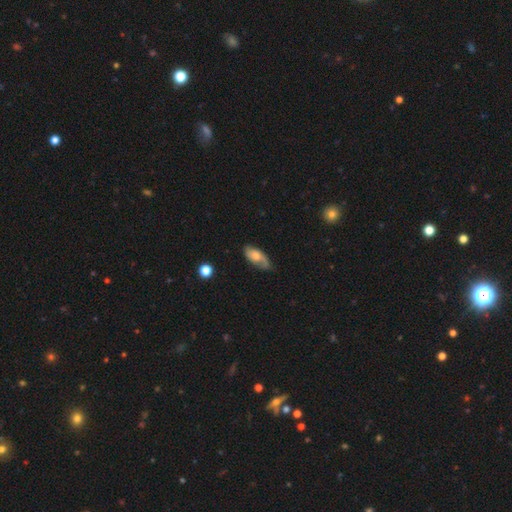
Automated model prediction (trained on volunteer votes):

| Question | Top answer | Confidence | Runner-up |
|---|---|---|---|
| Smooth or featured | featured or disk | 54% | smooth (39%) |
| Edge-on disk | no | 90% | yes (10%) |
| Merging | none | 63% | minor disturbance (26%) |